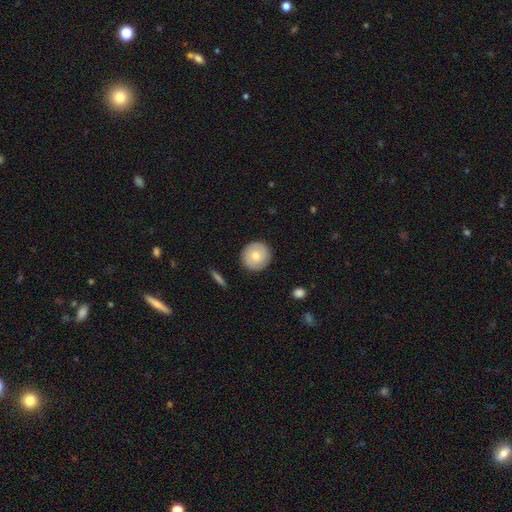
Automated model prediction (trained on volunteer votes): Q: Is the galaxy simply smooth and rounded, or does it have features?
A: smooth — 66%.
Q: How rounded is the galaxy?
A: round — 93%.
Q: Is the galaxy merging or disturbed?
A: none — 89%.